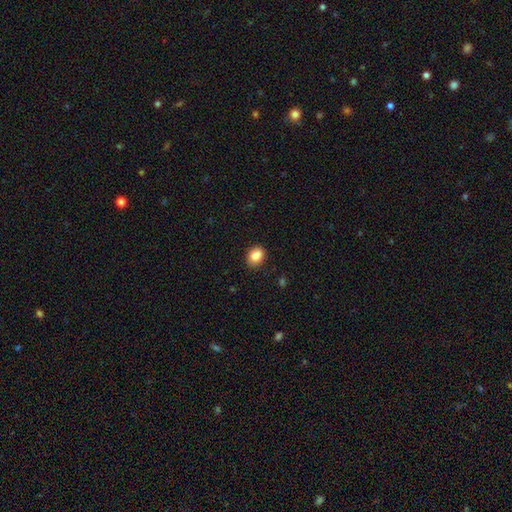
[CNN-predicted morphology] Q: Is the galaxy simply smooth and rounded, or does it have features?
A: smooth — 86%.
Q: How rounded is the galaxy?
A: in between — 59%.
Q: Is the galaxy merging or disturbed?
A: none — 87%.